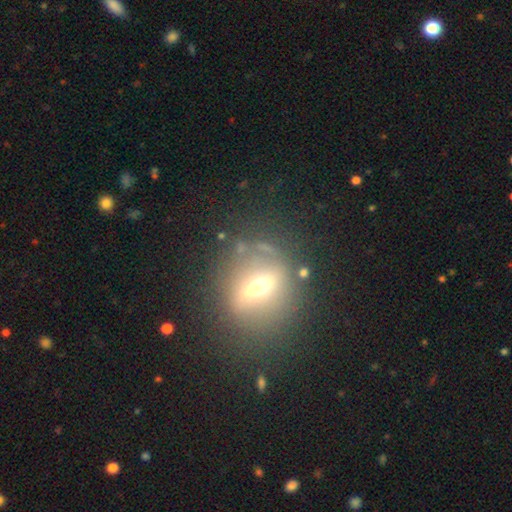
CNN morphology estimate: A featured or disk galaxy (55%).

Vote fractions:
- Smooth or featured? featured or disk: 55% / smooth: 31% / star or artifact: 14%
- Edge-on disk? no: 64% / yes: 36%
- Merging? none: 71% / minor disturbance: 16% / major disturbance: 9% / merger: 4%